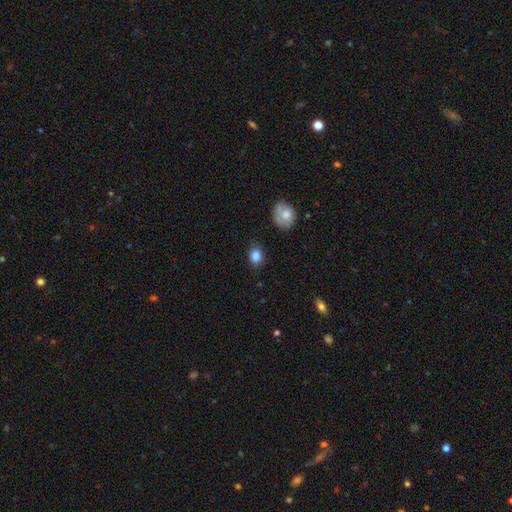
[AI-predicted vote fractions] Smooth or featured? Predicted: smooth (p=0.85). How rounded? Predicted: in between (p=0.60). Merging? Predicted: none (p=0.76).